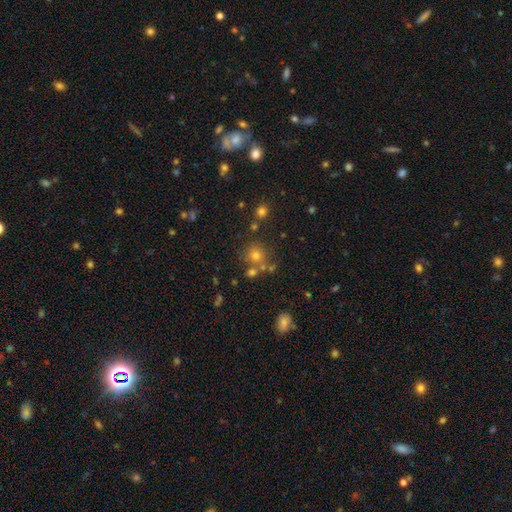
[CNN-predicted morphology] A smooth galaxy with no disk features (65%) that is round (90%).

Vote fractions:
- Smooth or featured? smooth: 65% / star or artifact: 24% / featured or disk: 11%
- How rounded? round: 90% / in between: 9% / cigar-shaped: 1%
- Merging? none: 71% / merger: 16% / minor disturbance: 9% / major disturbance: 4%